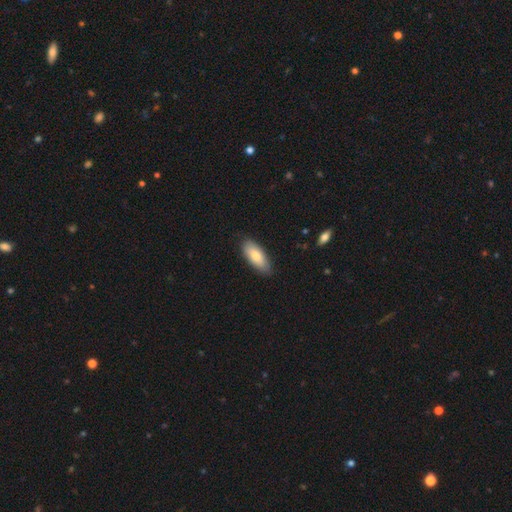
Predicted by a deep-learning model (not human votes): Overall: smooth (76%). How rounded: in between (83%). Merging: none (84%).